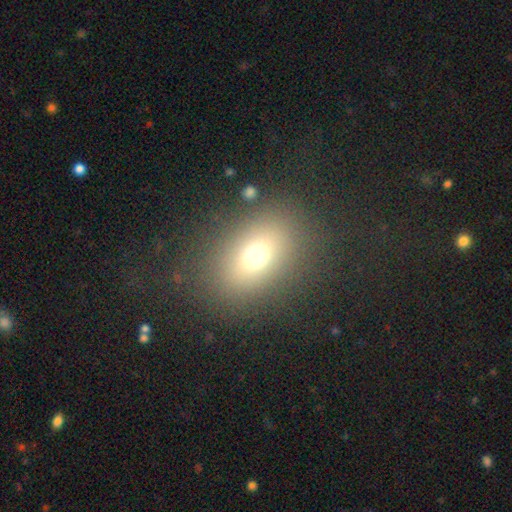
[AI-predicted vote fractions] Smooth or featured? smooth (69%)
How rounded? in between (71%)
Merging? none (82%)